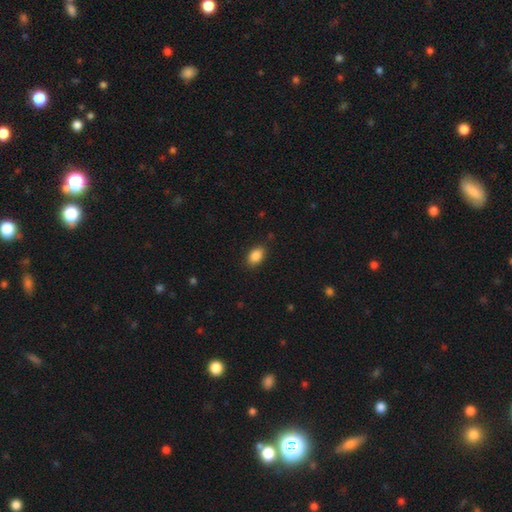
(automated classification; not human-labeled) smooth_or_featured: smooth (p=0.87) [alt: star or artifact p=0.08]
how_rounded: in between (p=0.87) [alt: round p=0.12]
merging: none (p=0.85) [alt: minor disturbance p=0.12]